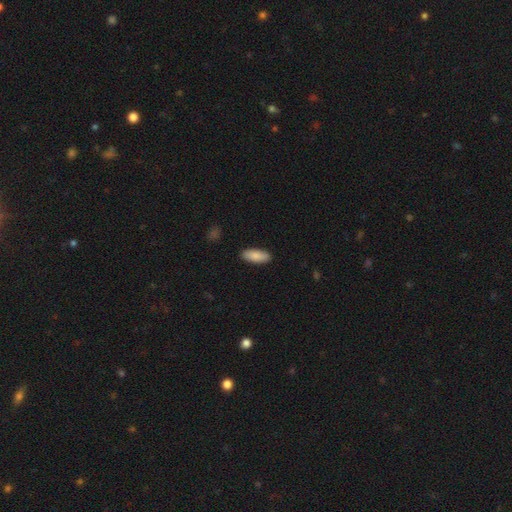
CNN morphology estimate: smooth 88%, featured or disk 7%, star or artifact 6%. Down the decision tree: how rounded — in between (79%); merging — none (89%).